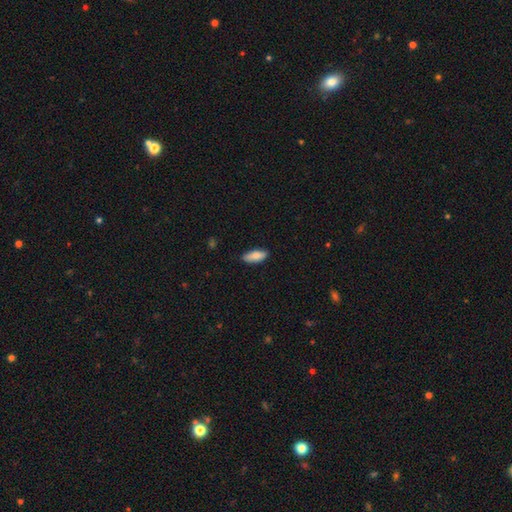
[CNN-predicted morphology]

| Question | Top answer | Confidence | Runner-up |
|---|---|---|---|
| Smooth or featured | smooth | 83% | featured or disk (11%) |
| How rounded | in between | 75% | cigar-shaped (23%) |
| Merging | none | 85% | minor disturbance (12%) |